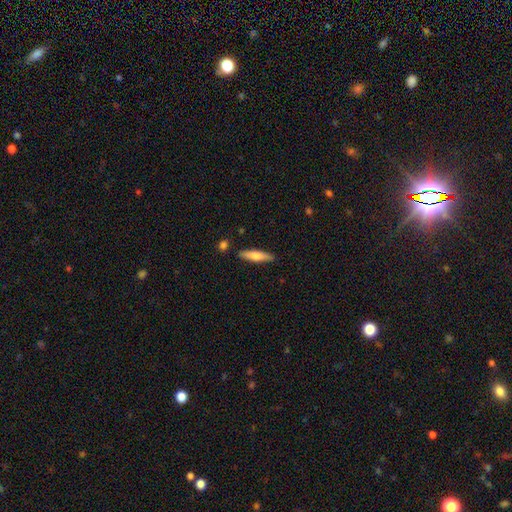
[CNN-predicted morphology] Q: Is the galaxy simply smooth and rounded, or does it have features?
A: smooth — 67%.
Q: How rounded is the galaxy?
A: cigar-shaped — 79%.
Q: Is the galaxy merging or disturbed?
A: none — 85%.